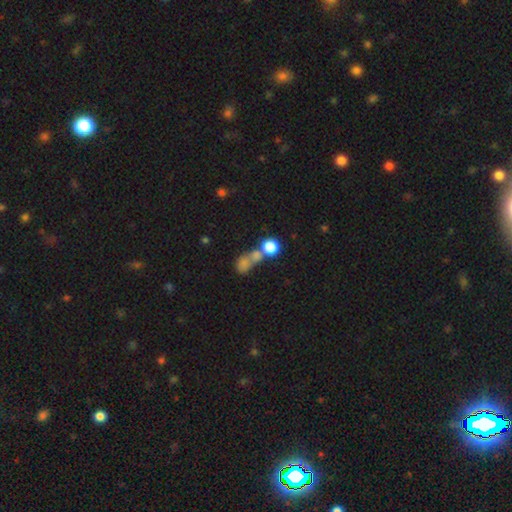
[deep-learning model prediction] This appears to be a smooth galaxy with no disk features (66%) that is round (65%). Merging: merger (50%).